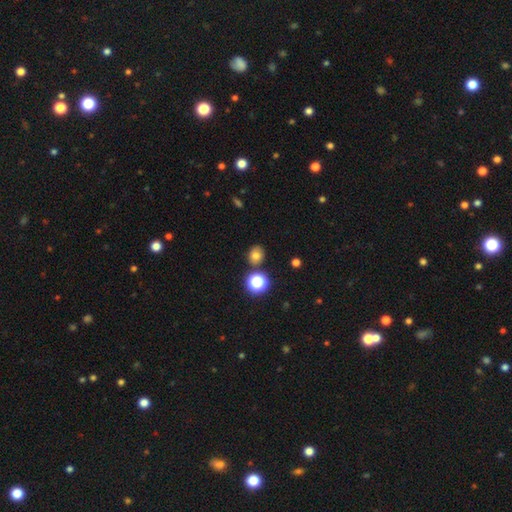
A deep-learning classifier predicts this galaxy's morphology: smooth-or-featured: smooth: 74% | star or artifact: 18% | featured or disk: 9%
  how-rounded: round: 67% | in between: 32% | cigar-shaped: 1%
  merging: none: 82% | minor disturbance: 9% | merger: 7% | major disturbance: 3%